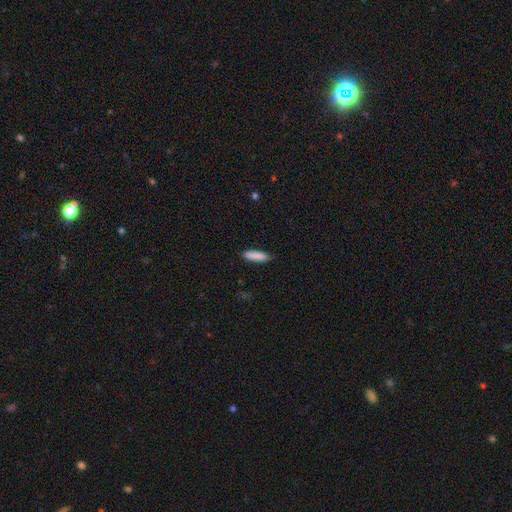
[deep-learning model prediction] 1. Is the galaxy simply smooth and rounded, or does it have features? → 87% smooth, 6% featured or disk, 6% star or artifact.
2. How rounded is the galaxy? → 76% cigar-shaped, 23% in between, 1% round.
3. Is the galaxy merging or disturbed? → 87% none, 10% minor disturbance, 2% major disturbance, 1% merger.